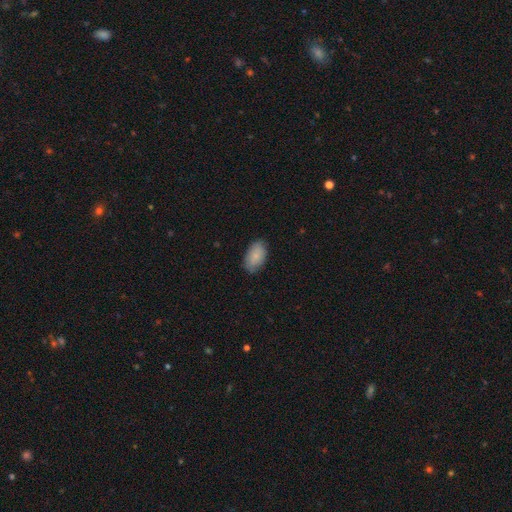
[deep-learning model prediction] Q: Smooth or featured?
A: smooth (83%); runner-up: featured or disk (10%)
Q: How rounded?
A: in between (93%); runner-up: round (5%)
Q: Merging?
A: none (79%); runner-up: minor disturbance (17%)